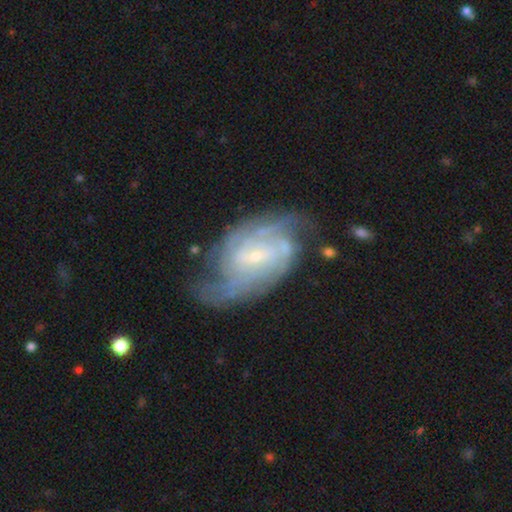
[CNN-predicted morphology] Smooth or featured: featured or disk — 87% (smooth — 7%)
Edge-on disk: no — 96% (yes — 4%)
Bar: weak — 47% (no — 37%)
Spiral arms: yes — 95% (no — 5%)
Spiral winding: tight — 50% (medium — 39%)
Spiral arm count: 2 — 33% (can't tell — 28%)
Bulge size: small — 80% (moderate — 16%)
Merging: none — 66% (minor disturbance — 20%)